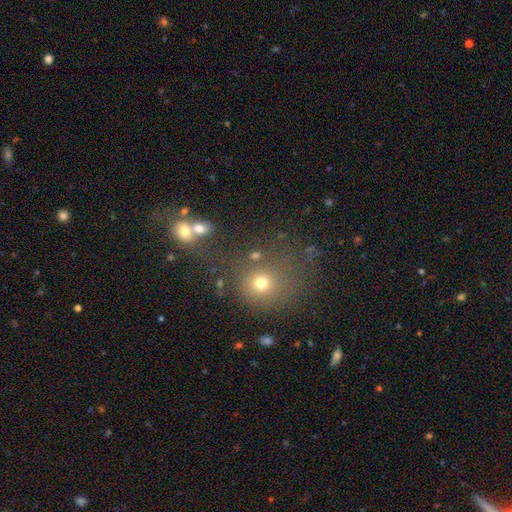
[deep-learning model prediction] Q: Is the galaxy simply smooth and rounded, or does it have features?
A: smooth — 64%.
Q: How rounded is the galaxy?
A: round — 80%.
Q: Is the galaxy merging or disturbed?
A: none — 60%.